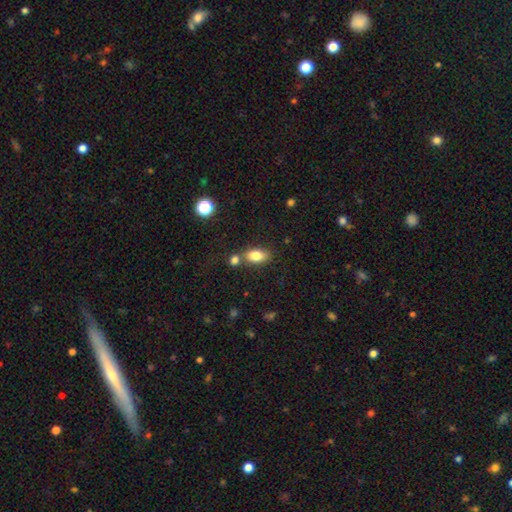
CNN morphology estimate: This appears to be a smooth galaxy with no disk features (82%) that is in between round and cigar-shaped (88%). Merging: none (64%).